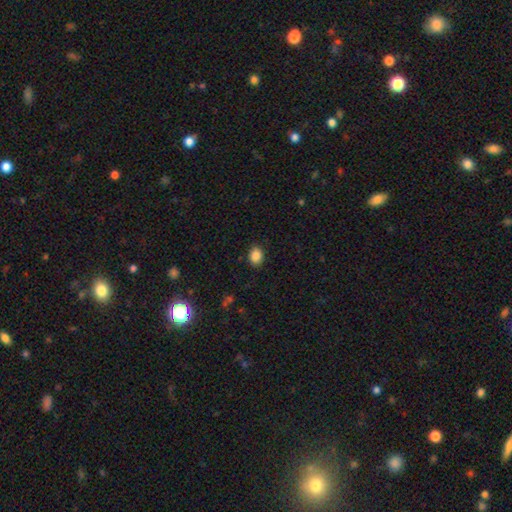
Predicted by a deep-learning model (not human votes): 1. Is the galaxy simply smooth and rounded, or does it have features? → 87% smooth, 9% star or artifact, 4% featured or disk.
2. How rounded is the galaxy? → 62% in between, 37% round, 1% cigar-shaped.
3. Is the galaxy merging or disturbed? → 88% none, 9% minor disturbance, 2% major disturbance, 1% merger.